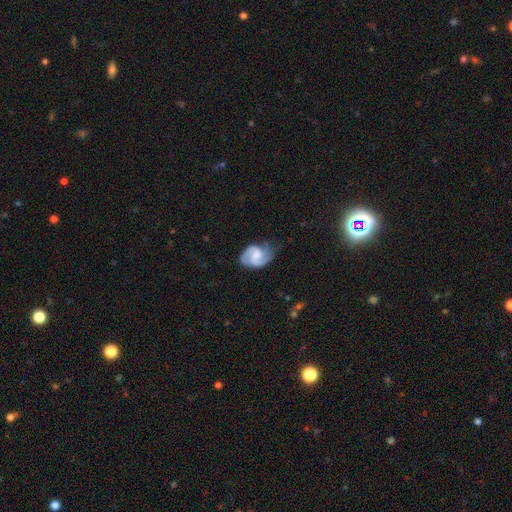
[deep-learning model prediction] A featured or disk galaxy (82%) with no bar (46%), 2 (83%) medium (51%) spiral arms (97%) and a moderate central bulge (36%). Merging: none (65%).